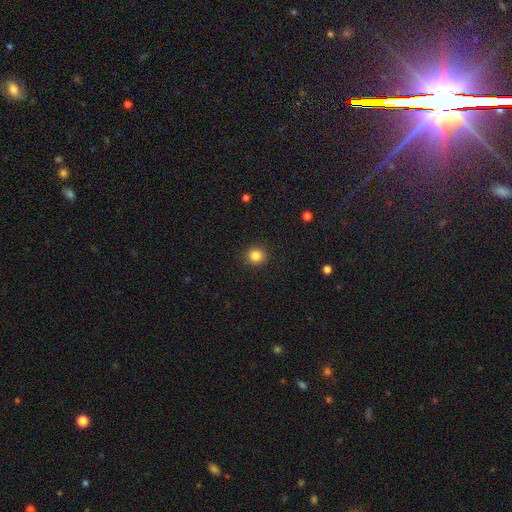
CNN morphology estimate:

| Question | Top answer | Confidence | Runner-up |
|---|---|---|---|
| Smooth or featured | smooth | 85% | star or artifact (11%) |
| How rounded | round | 90% | in between (9%) |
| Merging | none | 92% | minor disturbance (6%) |